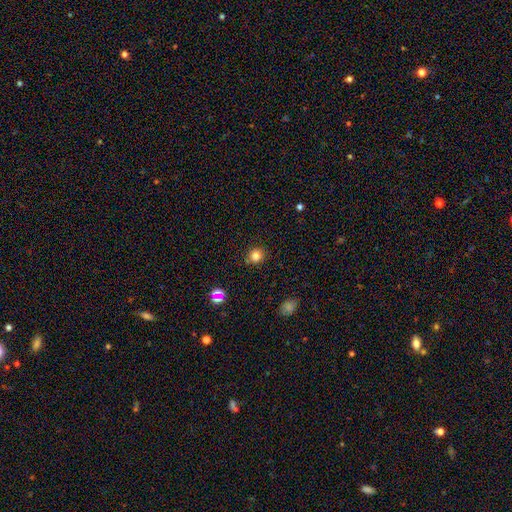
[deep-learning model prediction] The model was most divided on "smooth or featured": smooth: 81%, star or artifact: 14%, featured or disk: 5%. More confident: how rounded — round (90%); merging — none (86%).